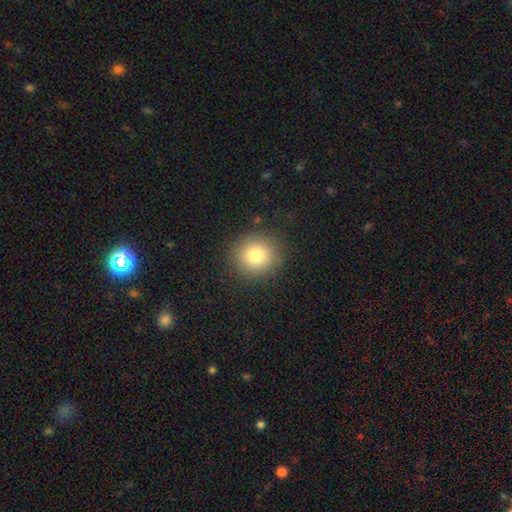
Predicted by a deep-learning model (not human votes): The model was most divided on "smooth or featured": smooth: 80%, star or artifact: 11%, featured or disk: 9%. More confident: how rounded — round (91%); merging — none (88%).